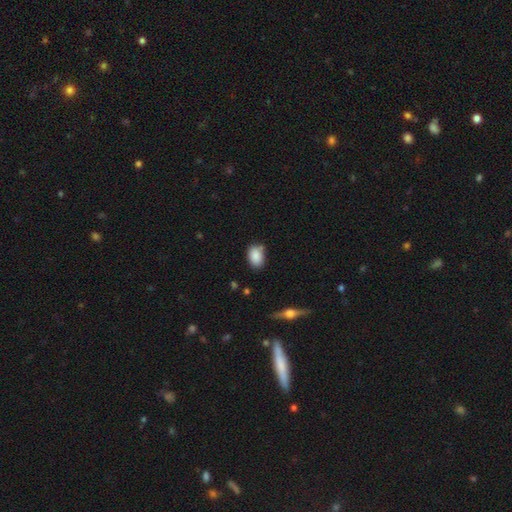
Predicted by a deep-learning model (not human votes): The model was most divided on "merging": none: 73%, minor disturbance: 18%, merger: 5%, major disturbance: 3%. More confident: smooth or featured — smooth (87%); how rounded — in between (84%).